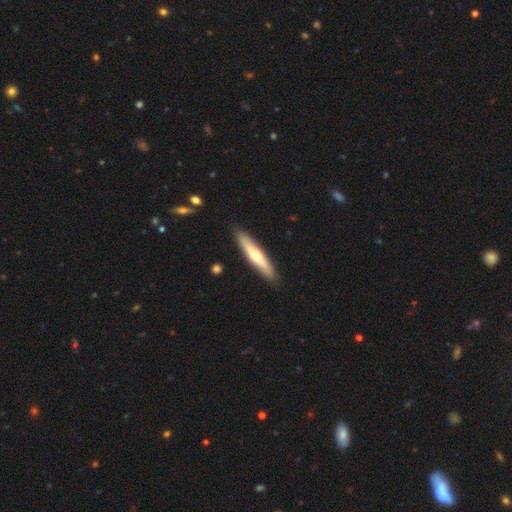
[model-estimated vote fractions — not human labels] smooth 52%, featured or disk 44%, star or artifact 5%. Down the decision tree: how rounded — cigar-shaped (87%); merging — none (88%).